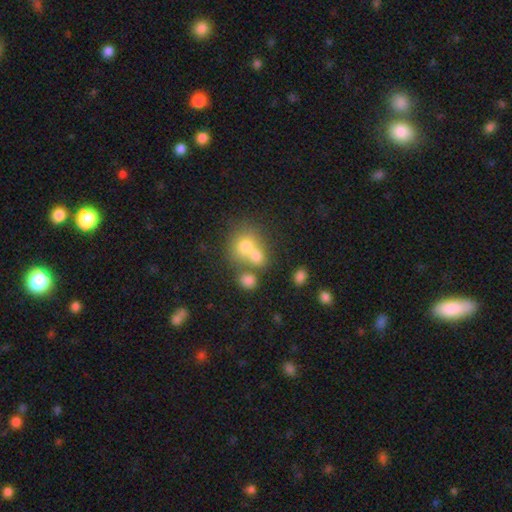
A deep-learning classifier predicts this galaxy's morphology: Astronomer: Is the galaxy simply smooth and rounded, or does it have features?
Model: smooth — 69%.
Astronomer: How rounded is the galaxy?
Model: round — 68%.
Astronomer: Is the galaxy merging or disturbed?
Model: merger — 53% (runner-up: none, 34%).